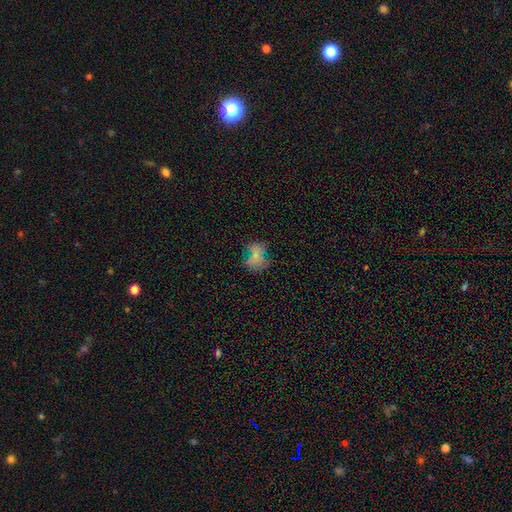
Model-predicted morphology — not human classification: Smooth or featured? smooth (63%)
How rounded? in between (50%)
Merging? none (52%)